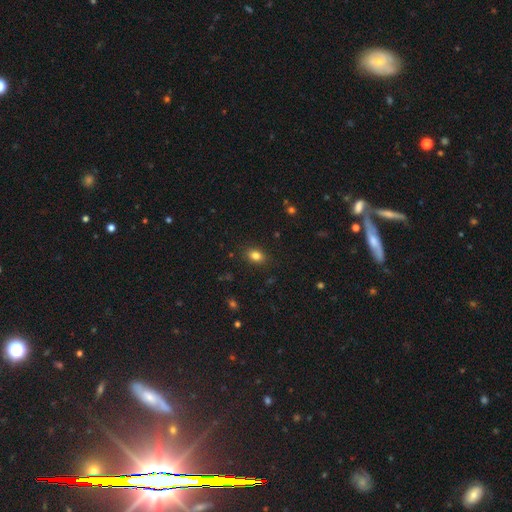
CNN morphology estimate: type=smooth (83%); roundness=in between (76%); merging=none (88%).